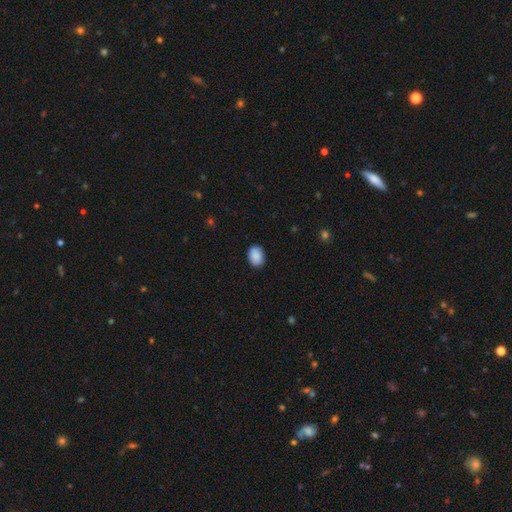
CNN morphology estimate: The model was most divided on "how rounded": in between: 72%, round: 27%, cigar-shaped: 1%. More confident: smooth or featured — smooth (90%); merging — none (86%).